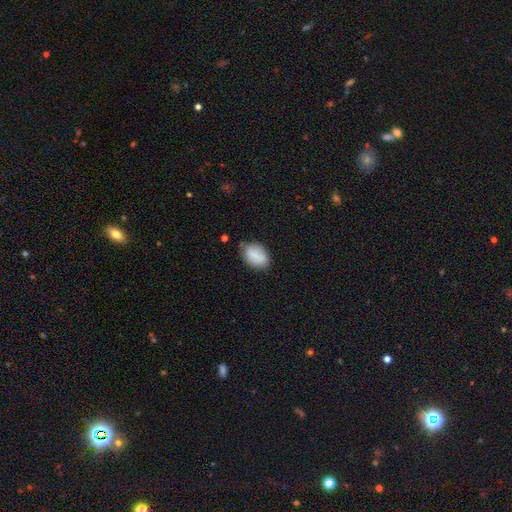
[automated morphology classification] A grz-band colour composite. It shows a smooth galaxy with no disk features (82%) that is in between round and cigar-shaped (84%). Merging: none (71%).